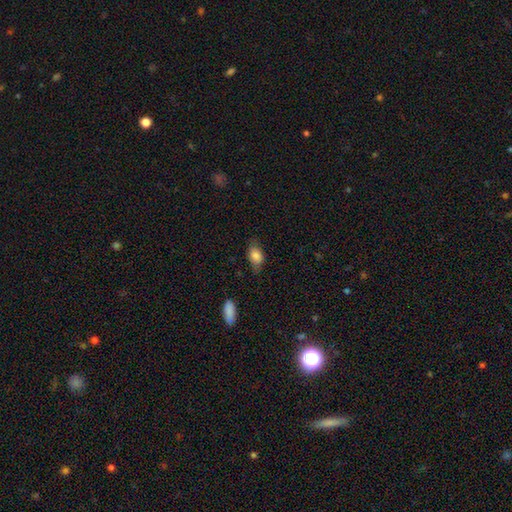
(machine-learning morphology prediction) A smooth galaxy with no disk features (82%) that is in between round and cigar-shaped (88%). Merging: none (68%).